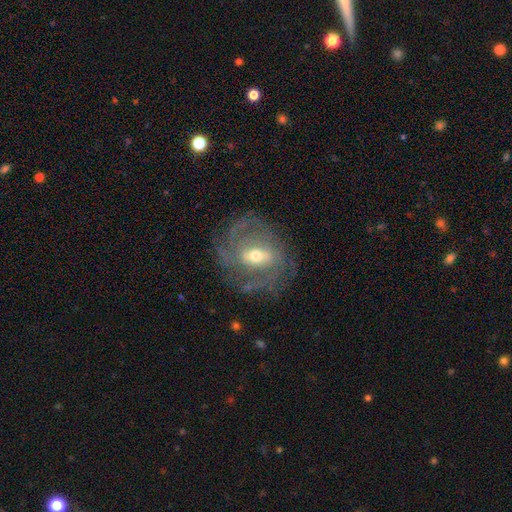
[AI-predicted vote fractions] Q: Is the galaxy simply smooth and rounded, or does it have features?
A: featured or disk — 78%.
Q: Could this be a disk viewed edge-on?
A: no — 95%.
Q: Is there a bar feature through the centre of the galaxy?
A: weak — 47%.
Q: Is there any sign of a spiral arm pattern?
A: yes — 86%.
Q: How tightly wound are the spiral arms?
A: tight — 53%.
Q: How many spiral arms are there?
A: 2 — 34%, tied with can't tell.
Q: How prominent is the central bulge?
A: moderate — 61%.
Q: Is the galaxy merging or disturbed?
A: none — 74%.